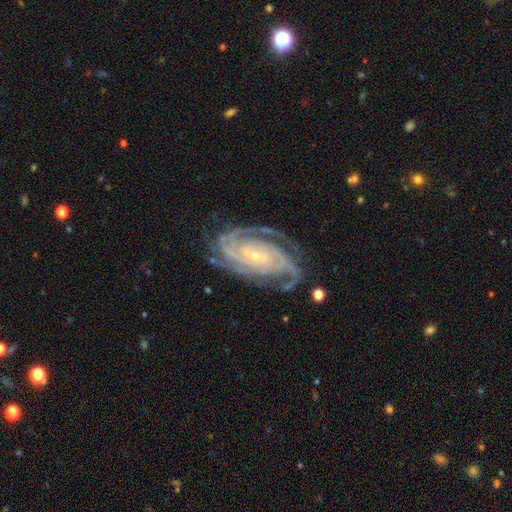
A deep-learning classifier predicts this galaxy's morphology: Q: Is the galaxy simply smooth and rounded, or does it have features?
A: featured or disk — 92%.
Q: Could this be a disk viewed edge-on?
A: no — 97%.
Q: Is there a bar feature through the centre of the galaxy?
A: no — 57%.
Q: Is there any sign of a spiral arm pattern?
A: yes — 99%.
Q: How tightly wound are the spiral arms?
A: tight — 77%.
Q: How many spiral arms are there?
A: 3 — 26%, tied with 4.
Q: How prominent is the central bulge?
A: small — 83%.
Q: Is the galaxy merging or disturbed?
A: none — 76%.